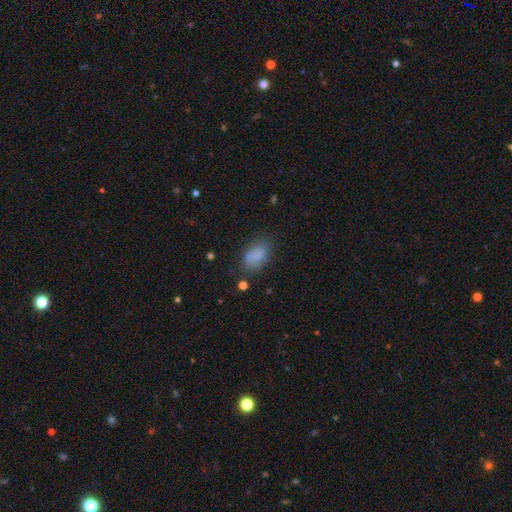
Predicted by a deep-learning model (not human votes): smooth 81%, star or artifact 10%, featured or disk 9%. Down the decision tree: how rounded — in between (87%); merging — none (69%).